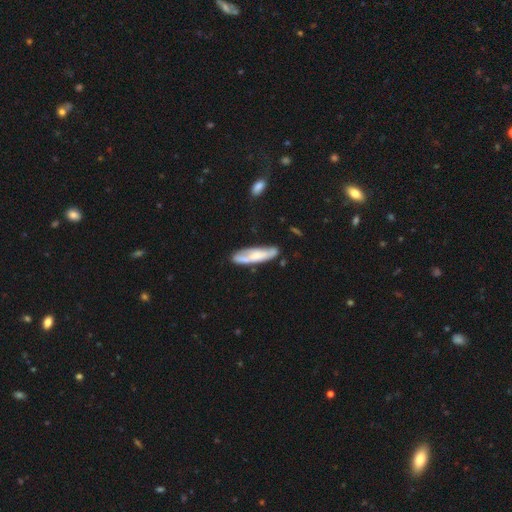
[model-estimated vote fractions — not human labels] smooth 48%, featured or disk 46%, star or artifact 6%. Down the decision tree: merging — none (71%).